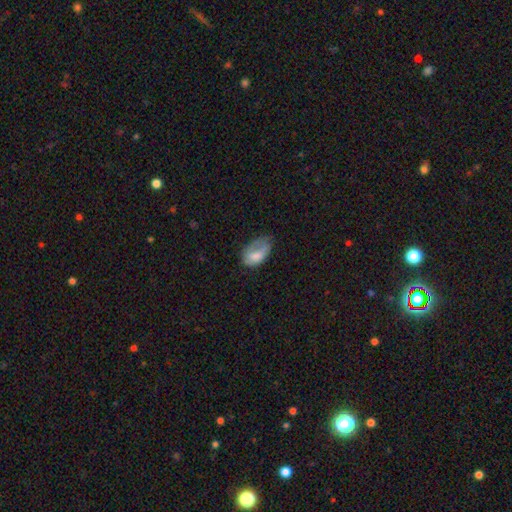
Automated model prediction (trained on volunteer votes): smooth-or-featured: smooth: 73% | featured or disk: 19% | star or artifact: 8%
  how-rounded: in between: 91% | round: 8% | cigar-shaped: 2%
  merging: minor disturbance: 38% | none: 31% | major disturbance: 29% | merger: 2%